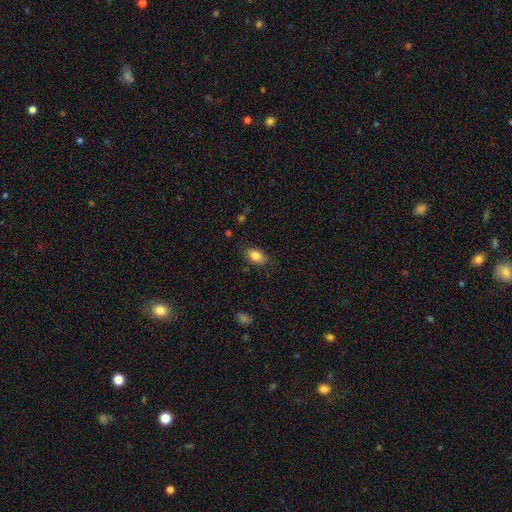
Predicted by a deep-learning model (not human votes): A smooth galaxy with no disk features (85%) that is in between round and cigar-shaped (90%).

Vote fractions:
- Smooth or featured? smooth: 85% / star or artifact: 8% / featured or disk: 7%
- How rounded? in between: 90% / round: 8% / cigar-shaped: 2%
- Merging? none: 84% / minor disturbance: 12% / major disturbance: 3% / merger: 1%